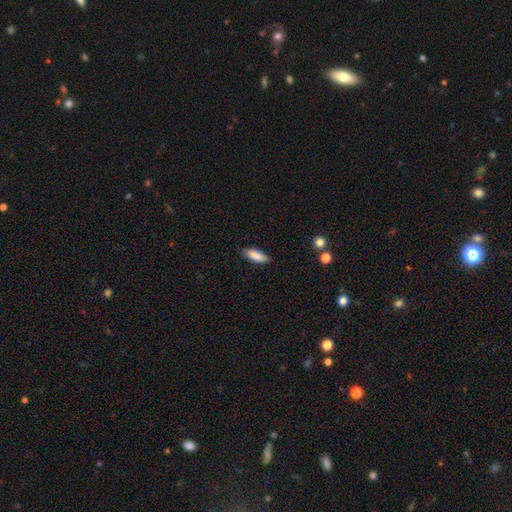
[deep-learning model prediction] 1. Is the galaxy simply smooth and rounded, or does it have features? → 86% smooth, 8% featured or disk, 7% star or artifact.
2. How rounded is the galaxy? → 69% in between, 29% cigar-shaped, 2% round.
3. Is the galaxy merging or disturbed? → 82% none, 14% minor disturbance, 2% major disturbance, 1% merger.